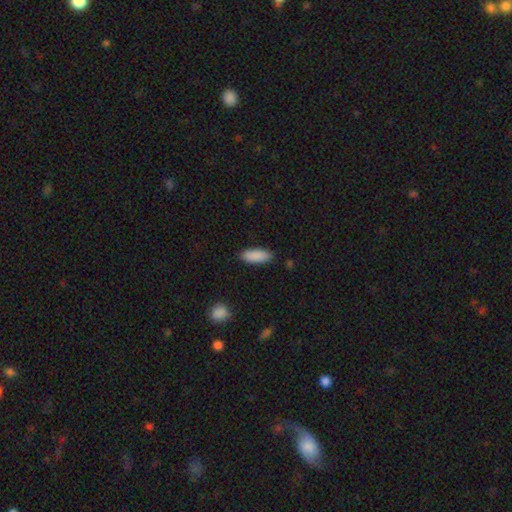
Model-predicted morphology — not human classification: Smooth or featured? Predicted: smooth (p=0.89). How rounded? Predicted: in between (p=0.68). Merging? Predicted: none (p=0.87).